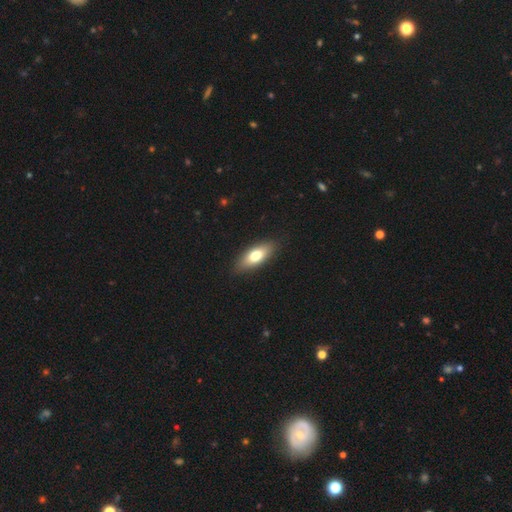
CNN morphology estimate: Smooth or featured? Predicted: smooth (p=0.72). How rounded? Predicted: in between (p=0.78). Merging? Predicted: none (p=0.87).